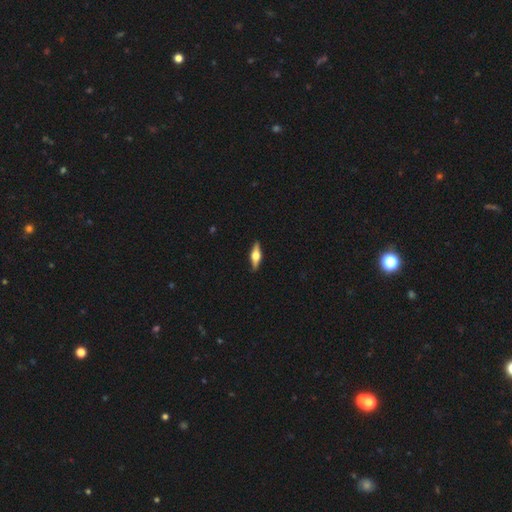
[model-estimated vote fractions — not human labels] Smooth or featured? Predicted: featured or disk (p=0.68). Edge-on disk? Predicted: yes (p=0.97). Edge-on bulge? Predicted: rounded (p=0.93). Merging? Predicted: none (p=0.90).